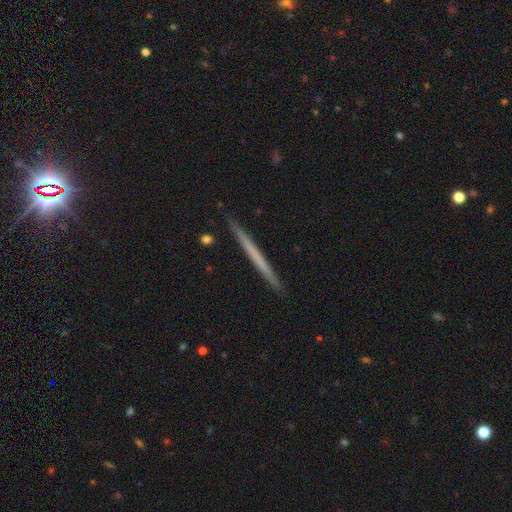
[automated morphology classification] Smooth or featured? Predicted: smooth (p=0.48). Merging? Predicted: none (p=0.92).